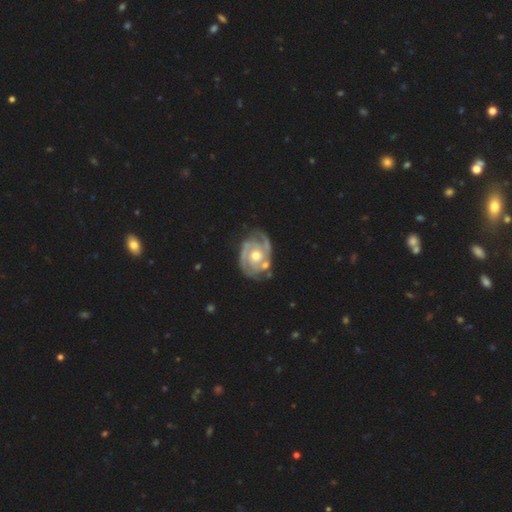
Overall: featured or disk (95%). Edge-on disk: no (97%). Bar: no (69%). Spiral arms: yes (97%). Spiral arm count: 2 (69%). Spiral winding: tight (80%). Bulge size: moderate (61%; small 36%). Merging: none (82%).